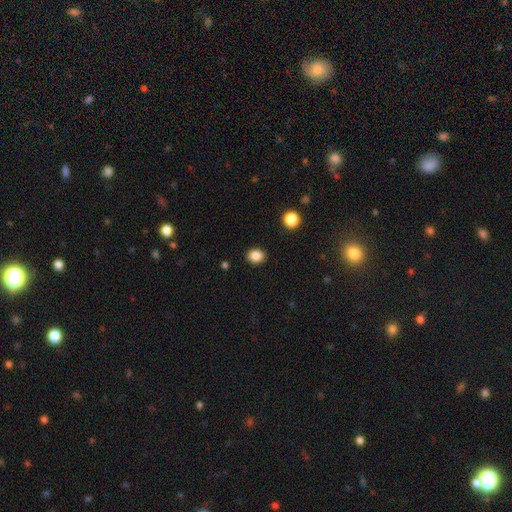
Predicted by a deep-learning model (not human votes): smooth 86%, star or artifact 10%, featured or disk 3%. Down the decision tree: how rounded — round (59%); merging — none (90%).